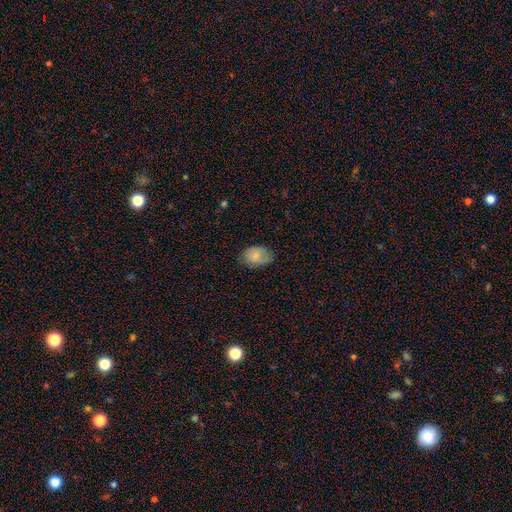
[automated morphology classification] A smooth galaxy with no disk features (80%) that is in between round and cigar-shaped (77%).

Vote fractions:
- Smooth or featured? smooth: 80% / featured or disk: 13% / star or artifact: 7%
- How rounded? in between: 77% / round: 22% / cigar-shaped: 1%
- Merging? none: 71% / minor disturbance: 23% / major disturbance: 5% / merger: 1%